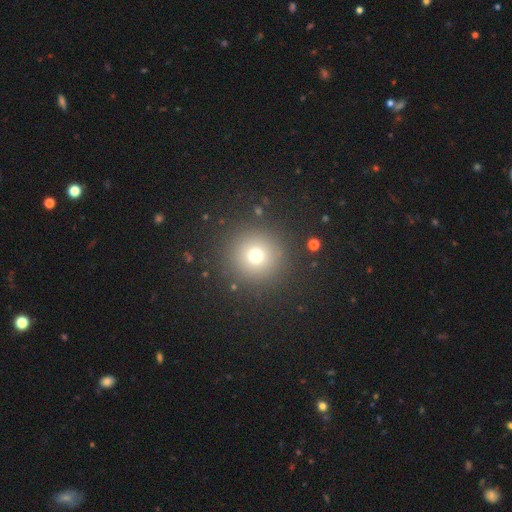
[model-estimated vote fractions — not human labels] This appears to be a smooth galaxy with no disk features (72%) that is round (95%). Merging: none (89%).